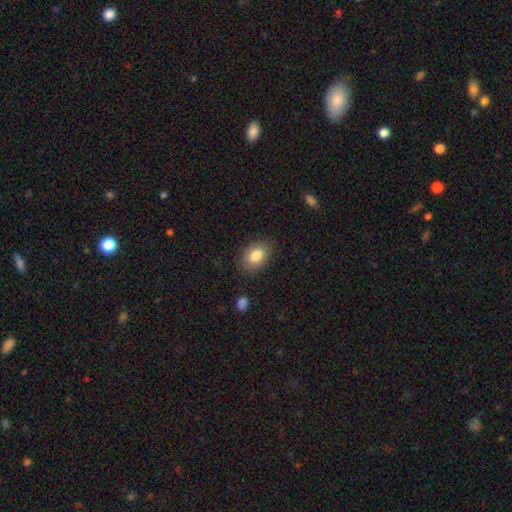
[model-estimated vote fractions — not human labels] Smooth or featured: smooth — 83% (featured or disk — 10%)
How rounded: in between — 80% (round — 19%)
Merging: none — 84% (minor disturbance — 11%)